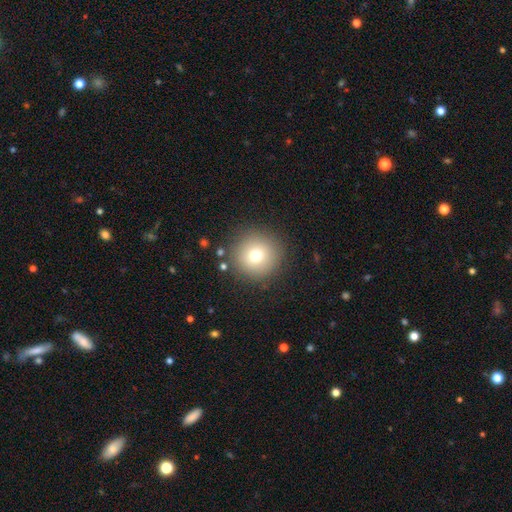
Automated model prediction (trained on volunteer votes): smooth-or-featured: smooth: 76% | featured or disk: 12% | star or artifact: 12%
  how-rounded: round: 95% | in between: 4% | cigar-shaped: 1%
  merging: none: 88% | minor disturbance: 7% | major disturbance: 3% | merger: 2%